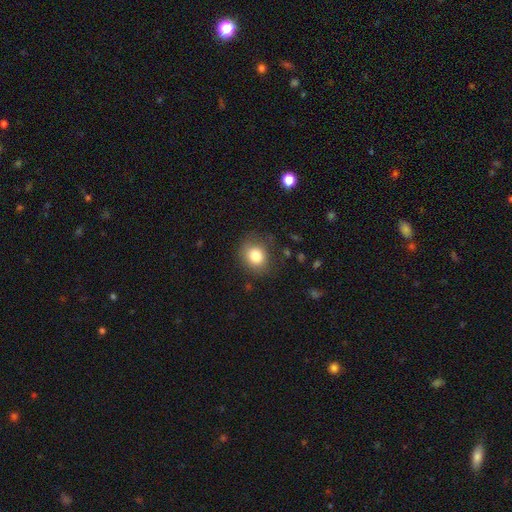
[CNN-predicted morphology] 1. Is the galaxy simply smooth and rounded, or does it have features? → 82% smooth, 10% star or artifact, 8% featured or disk.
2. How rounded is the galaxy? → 70% round, 29% in between, 1% cigar-shaped.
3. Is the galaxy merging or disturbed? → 78% none, 15% minor disturbance, 6% major disturbance, 1% merger.